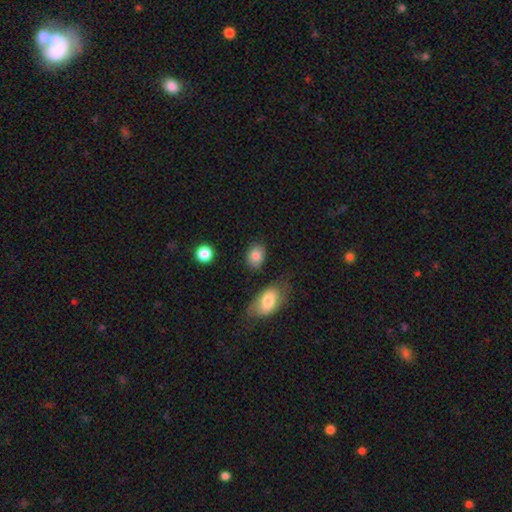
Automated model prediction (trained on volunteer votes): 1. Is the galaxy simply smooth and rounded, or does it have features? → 85% smooth, 8% star or artifact, 7% featured or disk.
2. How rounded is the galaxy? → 65% in between, 33% round, 1% cigar-shaped.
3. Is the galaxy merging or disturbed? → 79% none, 13% minor disturbance, 5% merger, 4% major disturbance.